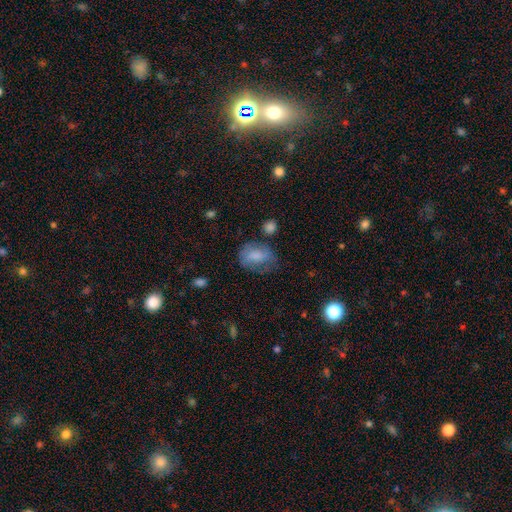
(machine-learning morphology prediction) Overall: smooth (71%). How rounded: in between (69%; round 30%). Merging: none (46%; minor disturbance 30%).